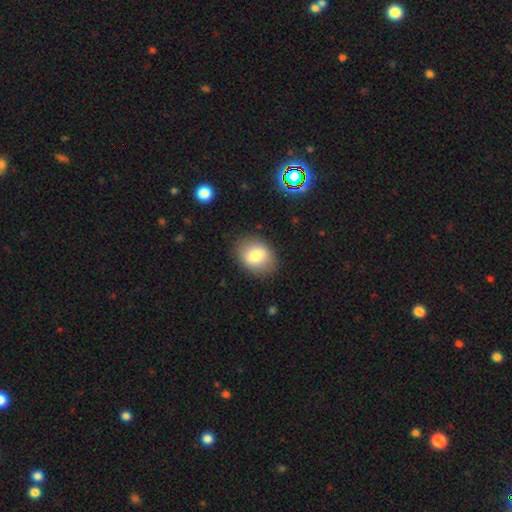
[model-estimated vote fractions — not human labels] The model was most divided on "how rounded": in between: 62%, round: 37%, cigar-shaped: 1%. More confident: merging — none (85%); smooth or featured — smooth (77%).